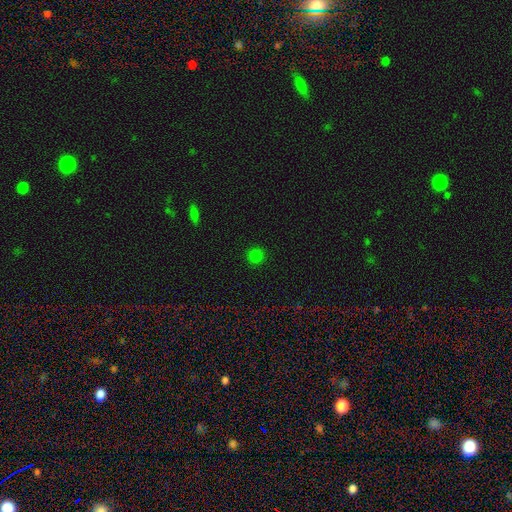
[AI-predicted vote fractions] Smooth or featured? Predicted: smooth (p=0.80). How rounded? Predicted: round (p=0.94). Merging? Predicted: none (p=0.92).